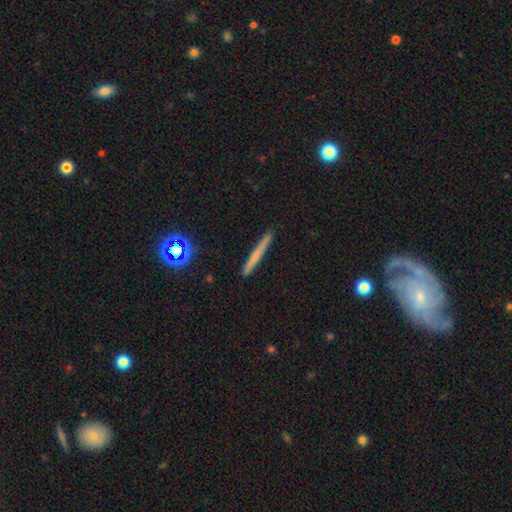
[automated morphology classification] Smooth or featured: smooth — 52% (featured or disk — 38%)
How rounded: cigar-shaped — 95% (in between — 3%)
Merging: none — 90% (minor disturbance — 7%)